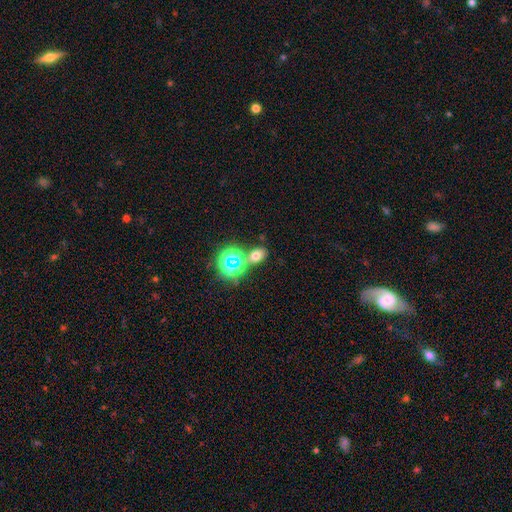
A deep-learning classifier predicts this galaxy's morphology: Smooth or featured: smooth — 61% (star or artifact — 30%)
How rounded: in between — 73% (round — 26%)
Merging: none — 70% (merger — 15%)